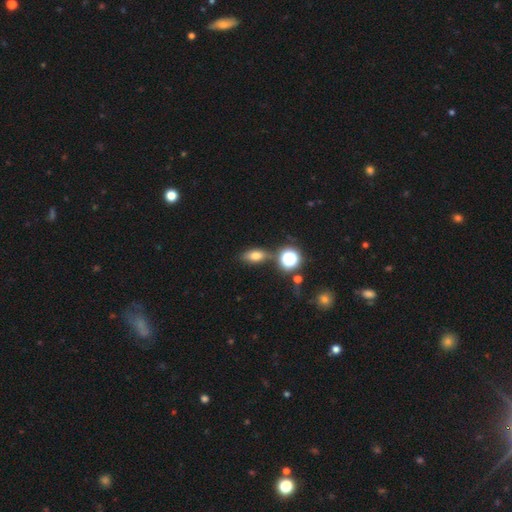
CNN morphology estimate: Overall: smooth (69%). How rounded: in between (76%). Merging: none (71%).